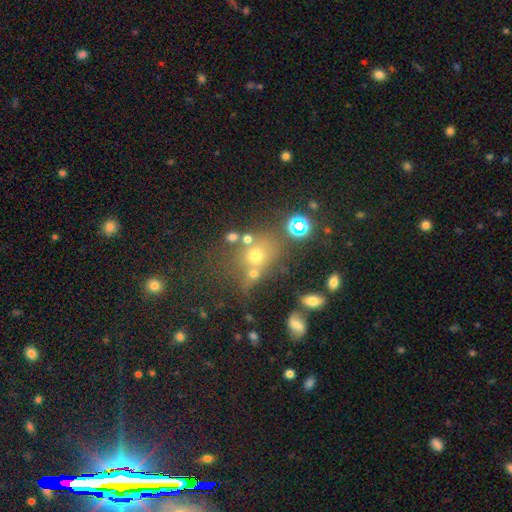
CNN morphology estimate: The model was most divided on "merging": none: 53%, merger: 25%, minor disturbance: 14%, major disturbance: 8%. More confident: how rounded — round (67%); smooth or featured — smooth (56%).